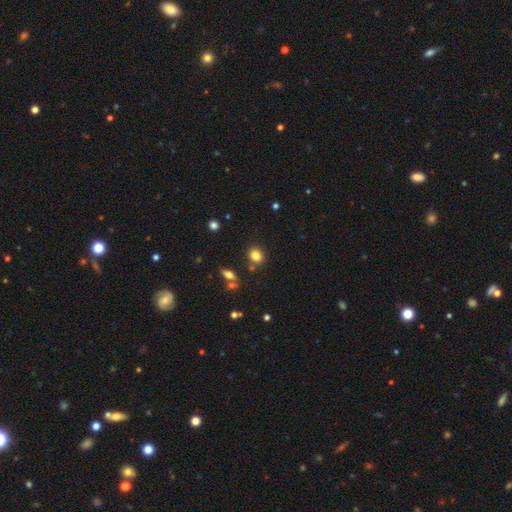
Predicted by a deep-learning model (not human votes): Smooth or featured? smooth (81%)
How rounded? round (72%)
Merging? none (82%)